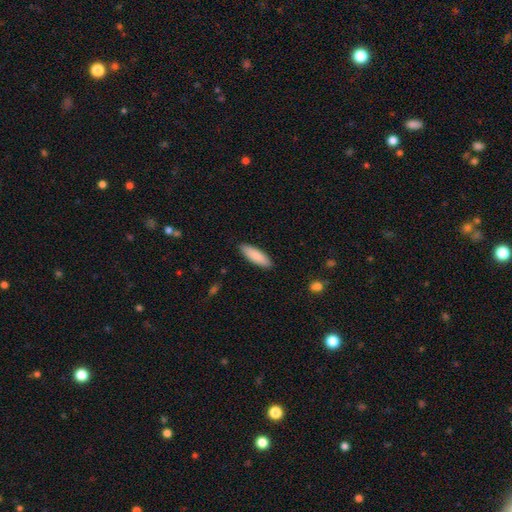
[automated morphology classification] Smooth or featured? Predicted: smooth (p=0.87). How rounded? Predicted: in between (p=0.52). Merging? Predicted: none (p=0.89).